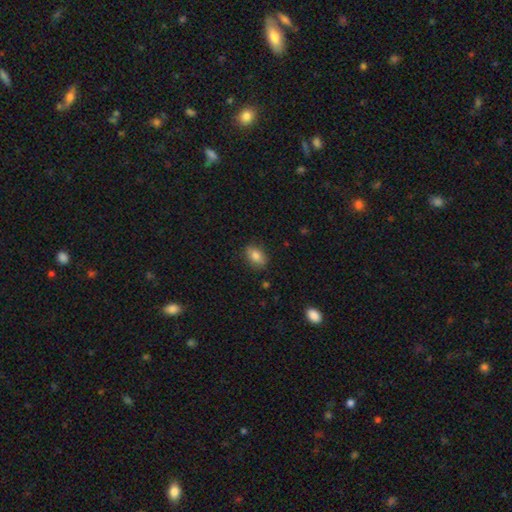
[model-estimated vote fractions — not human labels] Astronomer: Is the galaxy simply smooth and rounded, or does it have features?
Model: smooth — 82%.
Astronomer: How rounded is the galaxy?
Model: in between — 83%.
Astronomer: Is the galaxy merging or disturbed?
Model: none — 83%.